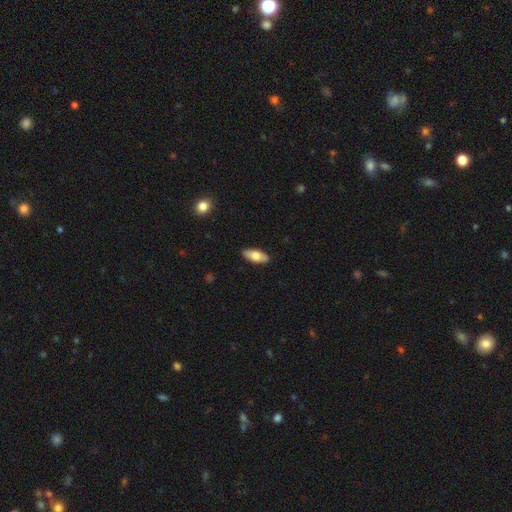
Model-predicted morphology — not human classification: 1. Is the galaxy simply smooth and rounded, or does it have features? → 72% smooth, 22% featured or disk, 6% star or artifact.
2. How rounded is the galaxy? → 85% in between, 13% cigar-shaped, 2% round.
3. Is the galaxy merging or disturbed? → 89% none, 8% minor disturbance, 2% major disturbance, 1% merger.